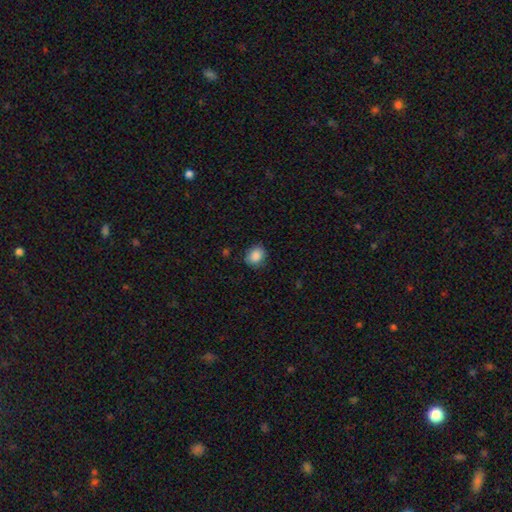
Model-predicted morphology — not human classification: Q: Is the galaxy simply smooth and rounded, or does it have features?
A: smooth — 88%.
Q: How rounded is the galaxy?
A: in between — 50%.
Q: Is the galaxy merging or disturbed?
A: none — 80%.